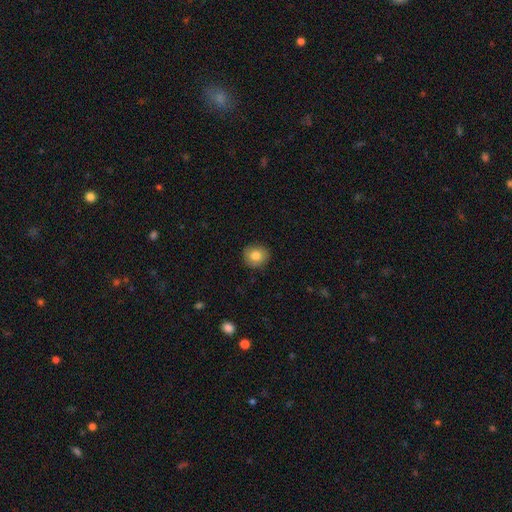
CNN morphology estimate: This appears to be a smooth galaxy with no disk features (82%) that is round (88%). Merging: none (89%).